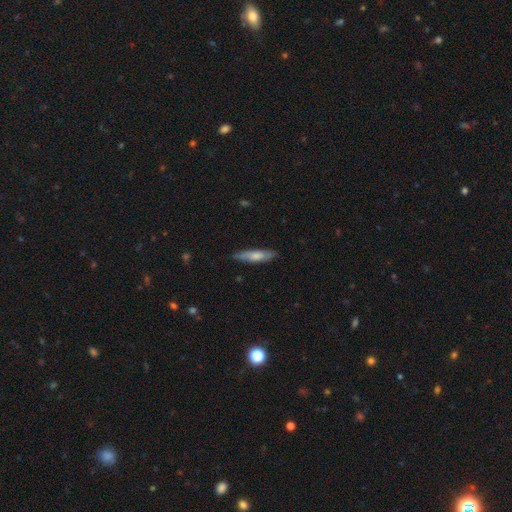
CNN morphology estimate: Q: Smooth or featured?
A: smooth (68%); runner-up: featured or disk (27%)
Q: How rounded?
A: cigar-shaped (74%); runner-up: in between (25%)
Q: Merging?
A: none (80%); runner-up: minor disturbance (16%)